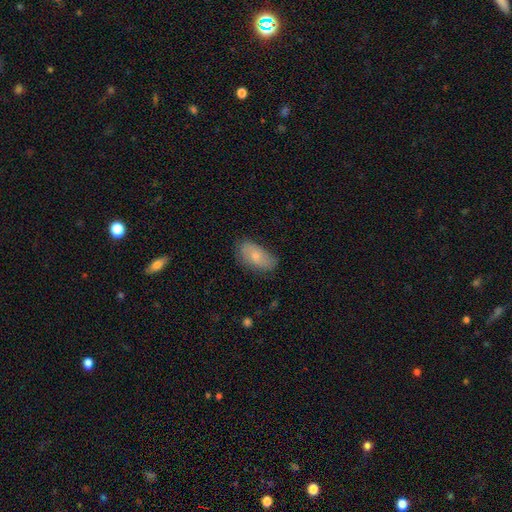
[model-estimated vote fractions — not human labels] This is likely a smooth galaxy (67%). How rounded: clearly in between (92%). Merging: likely none (71%).